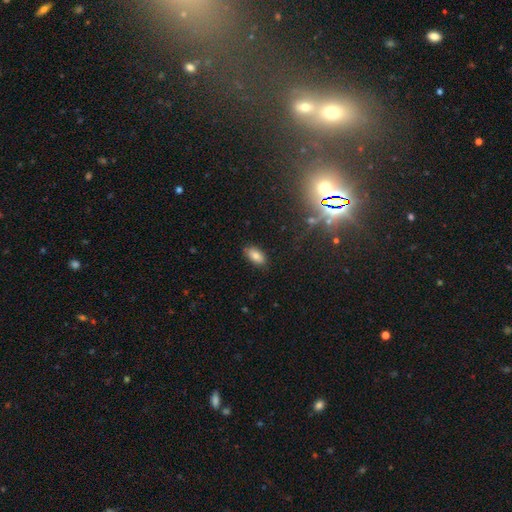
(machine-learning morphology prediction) Smooth or featured? smooth (77%)
How rounded? in between (92%)
Merging? none (86%)